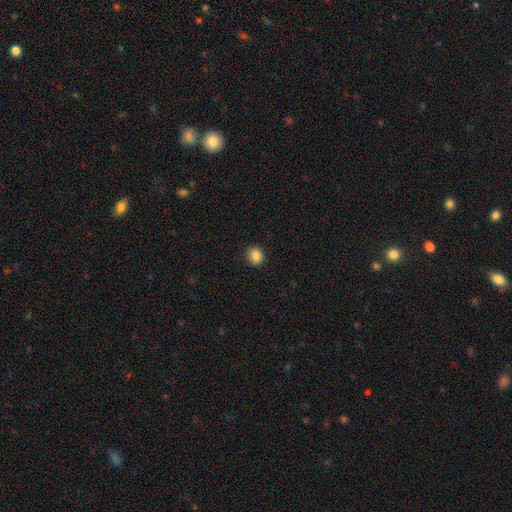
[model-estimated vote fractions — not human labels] Smooth or featured: smooth — 86% (star or artifact — 10%)
How rounded: round — 77% (in between — 23%)
Merging: none — 87% (minor disturbance — 10%)